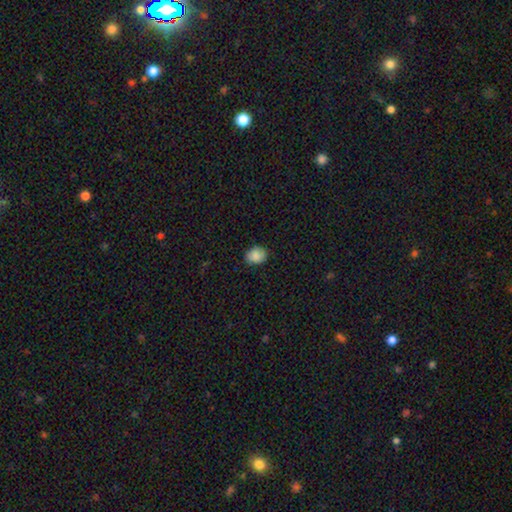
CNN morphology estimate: The model was most divided on "how rounded" (2-way tie): in between: 50%, round: 50%, cigar-shaped: 1%. More confident: smooth or featured — smooth (87%); merging — none (84%).